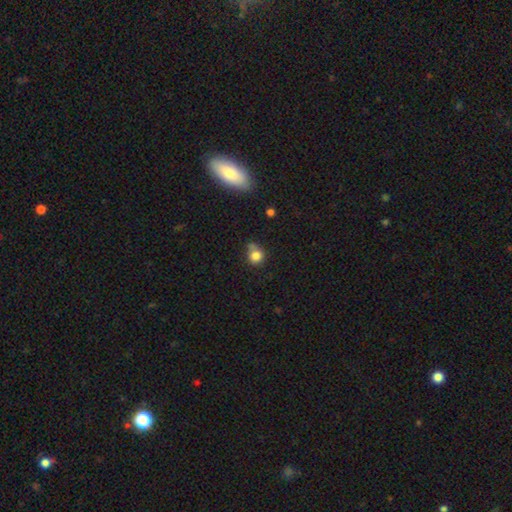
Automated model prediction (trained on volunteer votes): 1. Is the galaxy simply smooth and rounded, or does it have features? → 81% smooth, 11% star or artifact, 8% featured or disk.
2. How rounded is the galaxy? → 81% round, 18% in between, 1% cigar-shaped.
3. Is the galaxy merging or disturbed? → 53% none, 23% minor disturbance, 16% merger, 8% major disturbance.